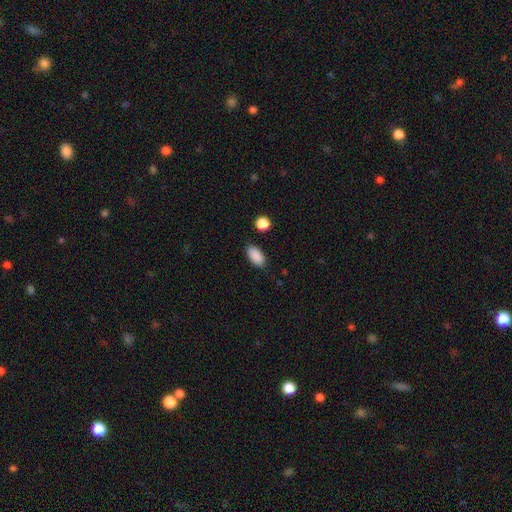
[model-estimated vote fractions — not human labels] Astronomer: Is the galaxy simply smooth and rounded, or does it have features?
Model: smooth — 89%.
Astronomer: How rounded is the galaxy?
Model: in between — 93%.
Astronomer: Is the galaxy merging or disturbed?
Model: none — 85%.